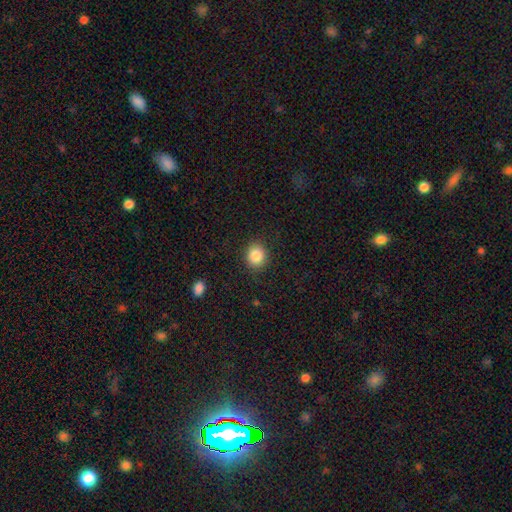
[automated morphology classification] Q: Smooth or featured?
A: smooth (86%); runner-up: star or artifact (9%)
Q: How rounded?
A: round (74%); runner-up: in between (25%)
Q: Merging?
A: none (89%); runner-up: minor disturbance (8%)